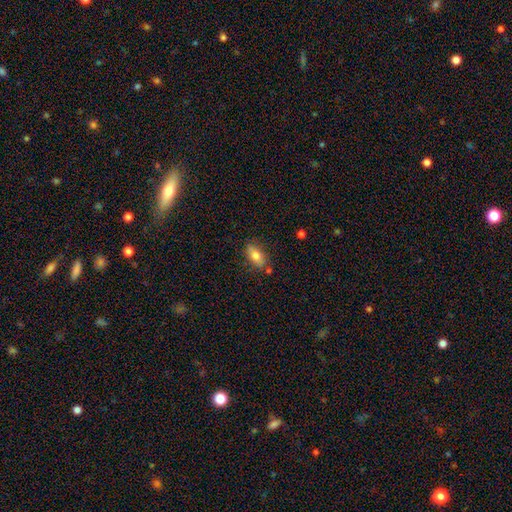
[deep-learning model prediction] This is likely a smooth galaxy (75%). How rounded: clearly in between (86%). Merging: likely none (77%).